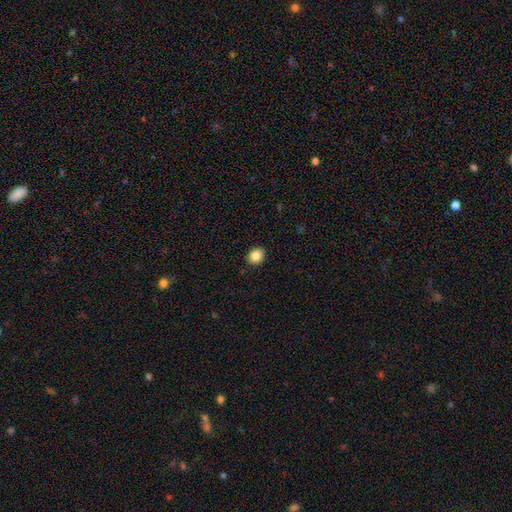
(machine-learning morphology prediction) Smooth or featured? Predicted: smooth (p=0.85). How rounded? Predicted: round (p=0.59). Merging? Predicted: none (p=0.90).